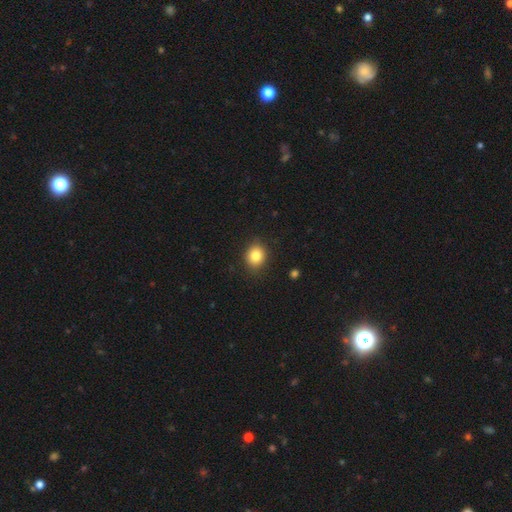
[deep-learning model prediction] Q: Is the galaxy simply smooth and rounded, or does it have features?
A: smooth — 83%.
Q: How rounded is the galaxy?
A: round — 67%.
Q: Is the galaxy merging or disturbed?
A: none — 88%.